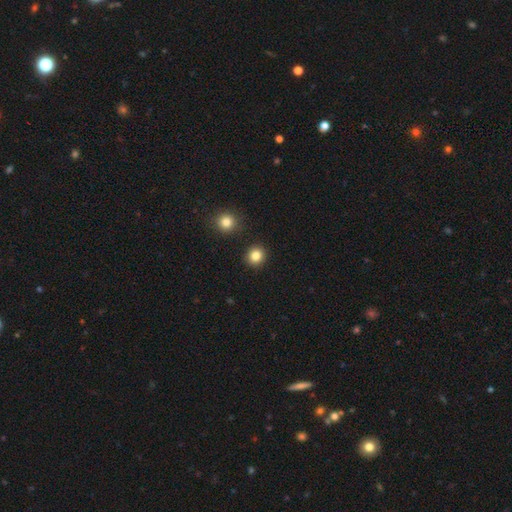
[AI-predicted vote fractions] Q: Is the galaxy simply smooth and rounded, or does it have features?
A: smooth — 84%.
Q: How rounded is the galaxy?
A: round — 89%.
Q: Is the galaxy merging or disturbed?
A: none — 91%.